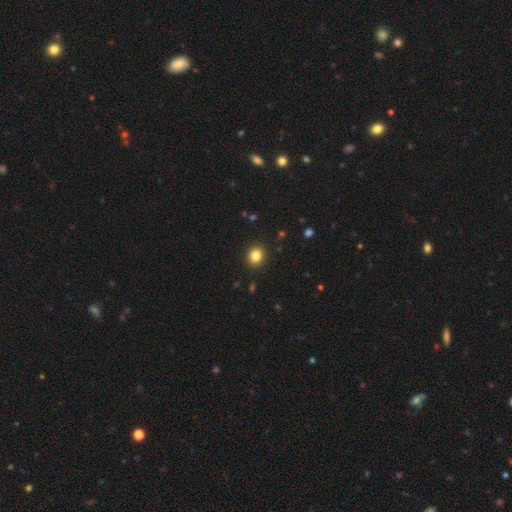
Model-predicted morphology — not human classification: The model was most divided on "how rounded": round: 65%, in between: 34%, cigar-shaped: 1%. More confident: merging — none (91%); smooth or featured — smooth (84%).